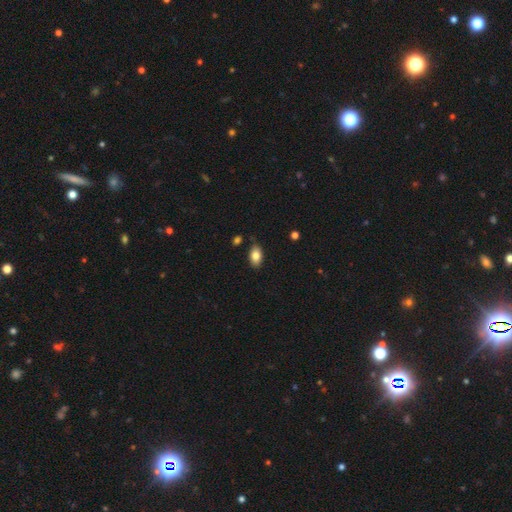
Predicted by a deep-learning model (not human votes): A smooth galaxy with no disk features (83%) that is in between round and cigar-shaped (91%).

Vote fractions:
- Smooth or featured? smooth: 83% / featured or disk: 9% / star or artifact: 8%
- How rounded? in between: 91% / round: 7% / cigar-shaped: 2%
- Merging? none: 81% / minor disturbance: 14% / merger: 3% / major disturbance: 3%